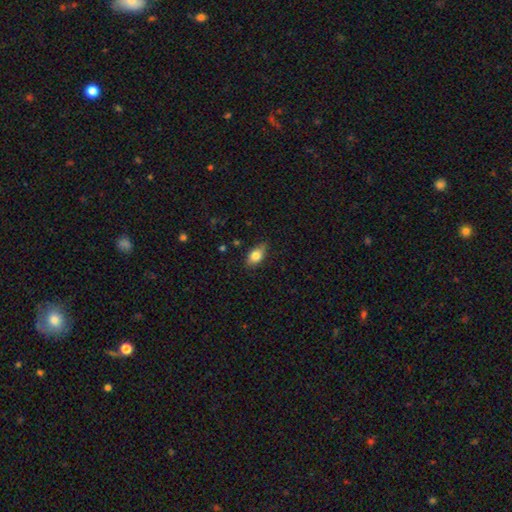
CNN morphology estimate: This is clearly a smooth galaxy (81%). How rounded: clearly in between (86%). Merging: likely none (77%).